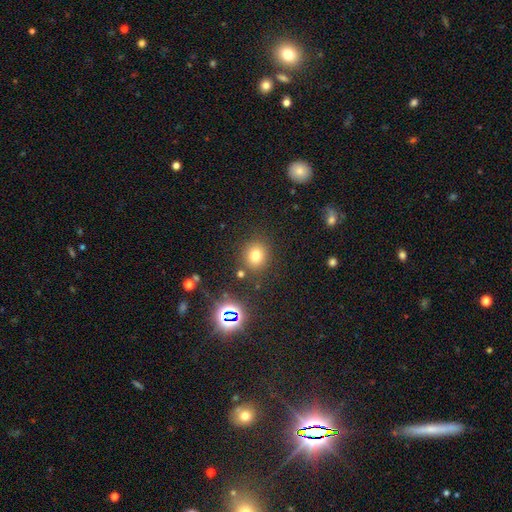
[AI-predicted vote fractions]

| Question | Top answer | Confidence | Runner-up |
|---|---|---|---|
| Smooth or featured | smooth | 73% | star or artifact (19%) |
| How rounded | round | 81% | in between (18%) |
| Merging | none | 82% | minor disturbance (9%) |